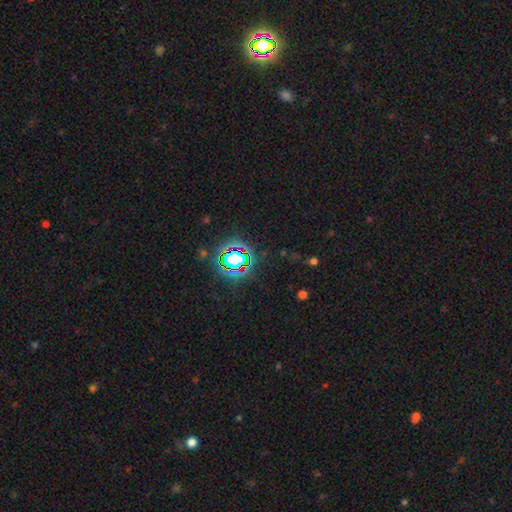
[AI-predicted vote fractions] This is likely a star or artifact rather than a galaxy (79%).